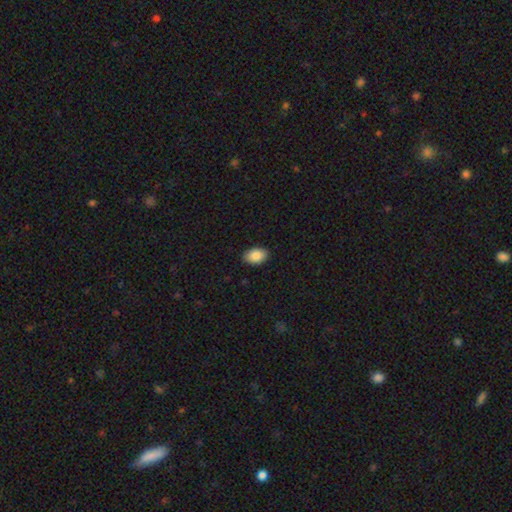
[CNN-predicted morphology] Smooth or featured: smooth — 88% (star or artifact — 7%)
How rounded: in between — 89% (round — 9%)
Merging: none — 89% (minor disturbance — 9%)